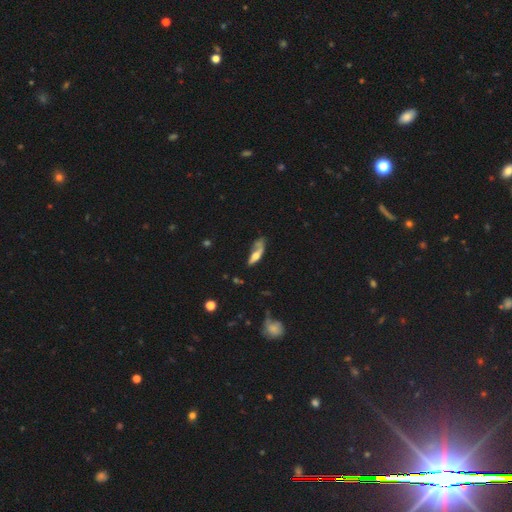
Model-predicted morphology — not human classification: Smooth or featured? smooth (47%)
Merging? none (33%)